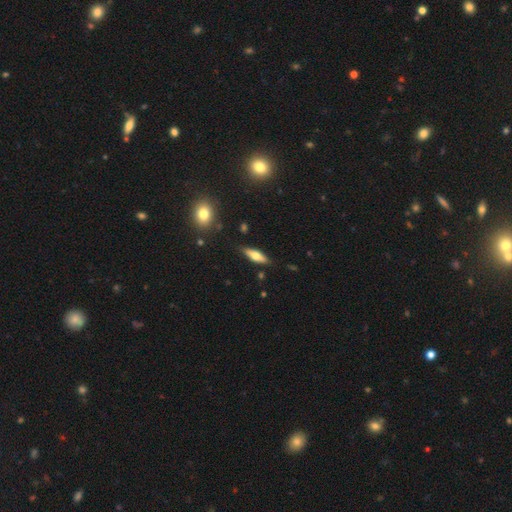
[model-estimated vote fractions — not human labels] A smooth galaxy with no disk features (53%) that is in between round and cigar-shaped (49%). Merging: none (84%).